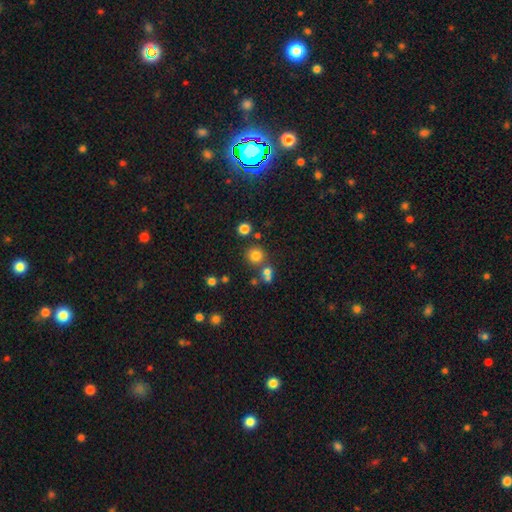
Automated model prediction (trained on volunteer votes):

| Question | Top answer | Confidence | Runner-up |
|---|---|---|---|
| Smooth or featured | smooth | 76% | star or artifact (17%) |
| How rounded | round | 92% | in between (7%) |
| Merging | none | 72% | merger (17%) |